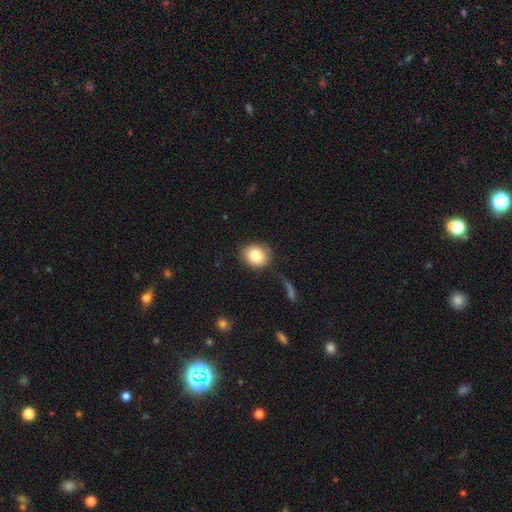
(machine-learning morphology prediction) This is clearly a smooth galaxy (86%). How rounded: likely round (65%). Merging: likely none (76%).